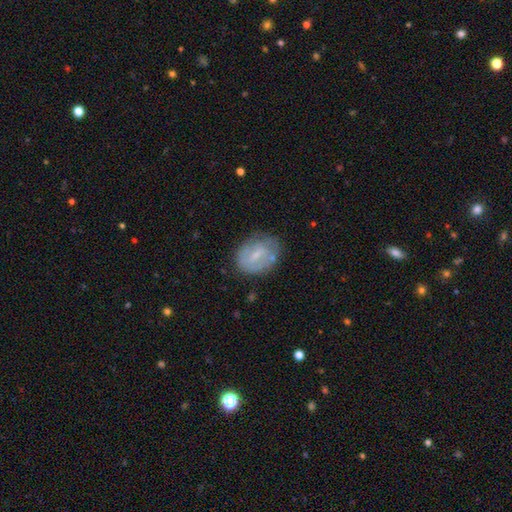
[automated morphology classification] Smooth or featured: featured or disk — 50% (smooth — 42%)
Merging: none — 66% (minor disturbance — 23%)